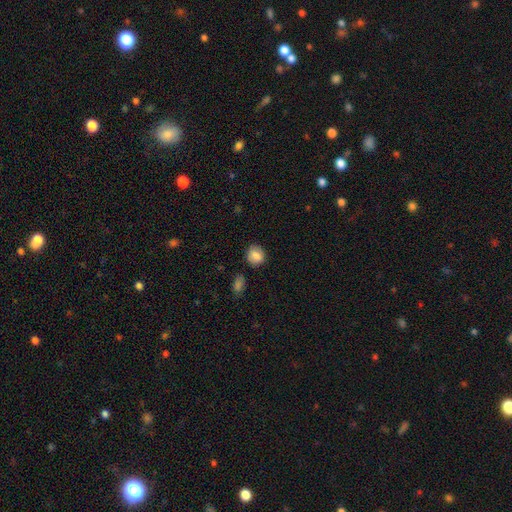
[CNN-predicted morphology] The model was most divided on "how rounded": round: 70%, in between: 29%, cigar-shaped: 1%. More confident: smooth or featured — smooth (84%); merging — none (82%).